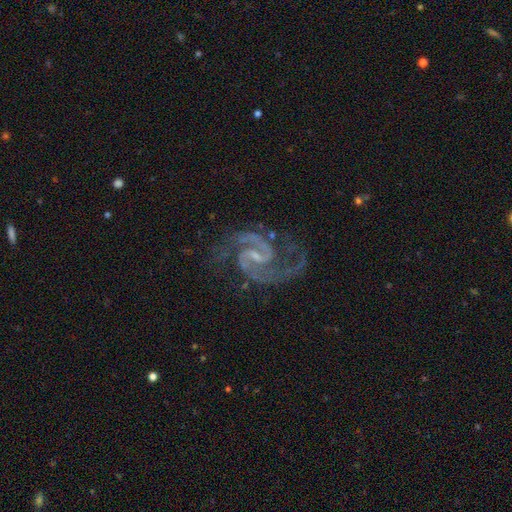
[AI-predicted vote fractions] Q: Smooth or featured?
A: featured or disk (93%); runner-up: star or artifact (4%)
Q: Edge-on disk?
A: no (98%); runner-up: yes (2%)
Q: Bar?
A: weak (57%); runner-up: strong (22%)
Q: Spiral arms?
A: yes (99%); runner-up: no (1%)
Q: Spiral winding?
A: medium (66%); runner-up: tight (21%)
Q: Spiral arm count?
A: 2 (93%); runner-up: 3 (2%)
Q: Bulge size?
A: small (64%); runner-up: none (20%)
Q: Merging?
A: none (72%); runner-up: minor disturbance (16%)